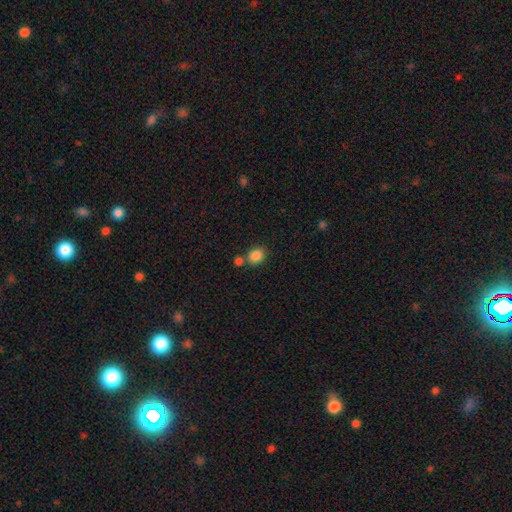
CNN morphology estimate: Q: Smooth or featured?
A: smooth (86%); runner-up: star or artifact (10%)
Q: How rounded?
A: round (61%); runner-up: in between (38%)
Q: Merging?
A: none (64%); runner-up: merger (23%)